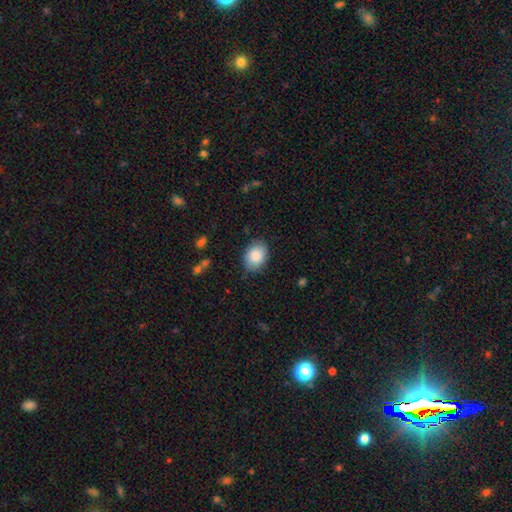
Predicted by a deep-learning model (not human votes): Smooth or featured? smooth (88%)
How rounded? in between (69%)
Merging? none (82%)